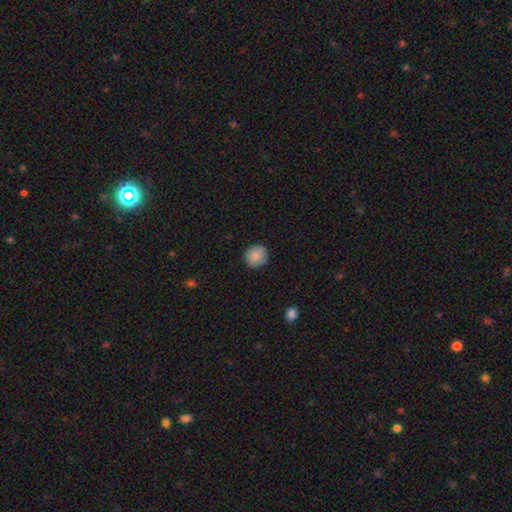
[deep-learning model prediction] This is clearly a smooth galaxy (86%). How rounded: clearly round (91%). Merging: clearly none (89%).